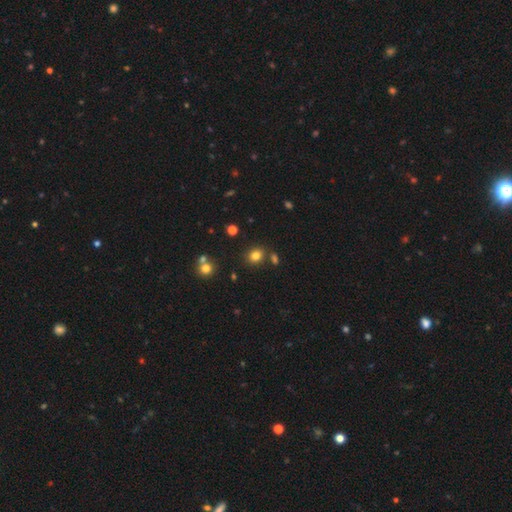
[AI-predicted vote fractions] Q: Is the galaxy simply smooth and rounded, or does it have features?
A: smooth — 80%.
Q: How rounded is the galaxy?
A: round — 56%.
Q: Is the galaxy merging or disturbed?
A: none — 78%.